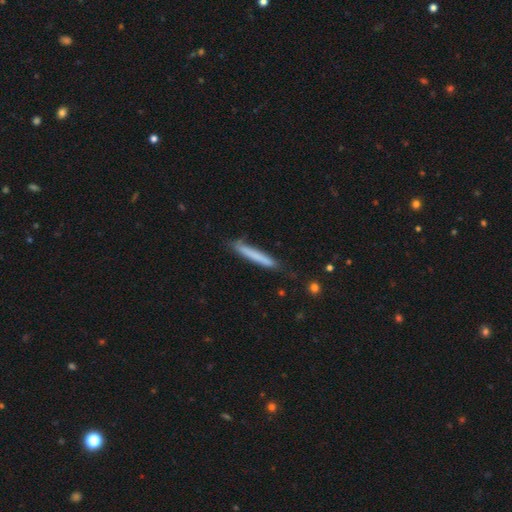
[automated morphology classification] Smooth or featured? Predicted: smooth (p=0.71). How rounded? Predicted: cigar-shaped (p=0.96). Merging? Predicted: none (p=0.82).